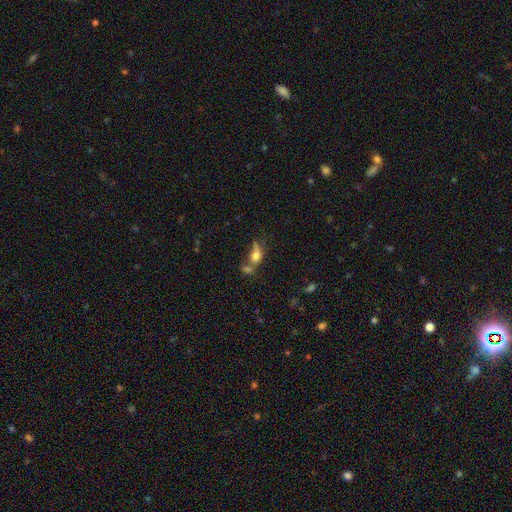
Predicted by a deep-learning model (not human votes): The model was most divided on "merging": merger: 43%, none: 29%, minor disturbance: 14%, major disturbance: 14%. More confident: smooth or featured — smooth (64%); how rounded — in between (59%).